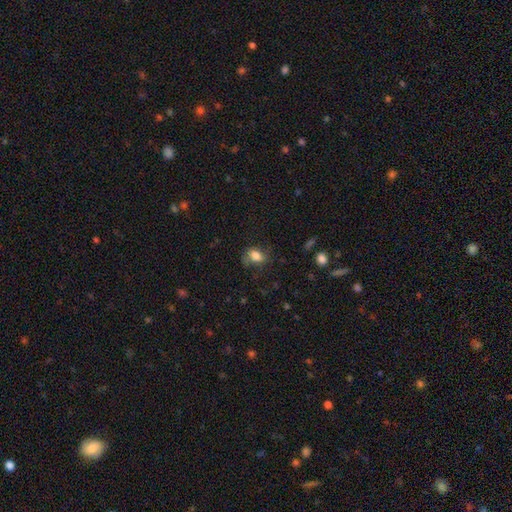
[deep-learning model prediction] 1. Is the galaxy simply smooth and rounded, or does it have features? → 76% smooth, 15% featured or disk, 10% star or artifact.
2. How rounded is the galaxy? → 72% in between, 26% round, 2% cigar-shaped.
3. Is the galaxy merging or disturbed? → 58% none, 26% minor disturbance, 14% major disturbance, 2% merger.